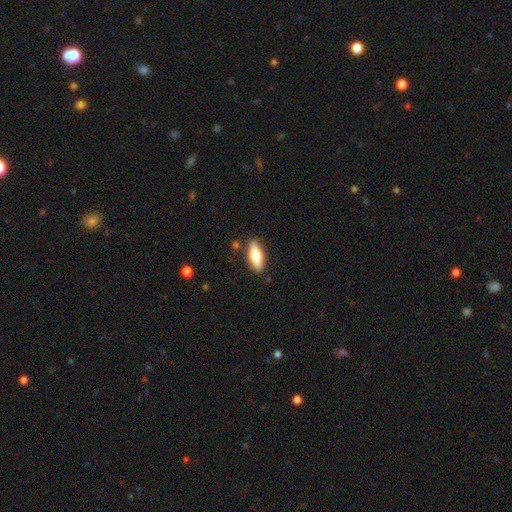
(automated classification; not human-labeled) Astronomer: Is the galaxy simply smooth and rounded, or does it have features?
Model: smooth — 70%.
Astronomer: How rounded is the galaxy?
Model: in between — 62%.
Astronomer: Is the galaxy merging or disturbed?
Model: none — 85%.